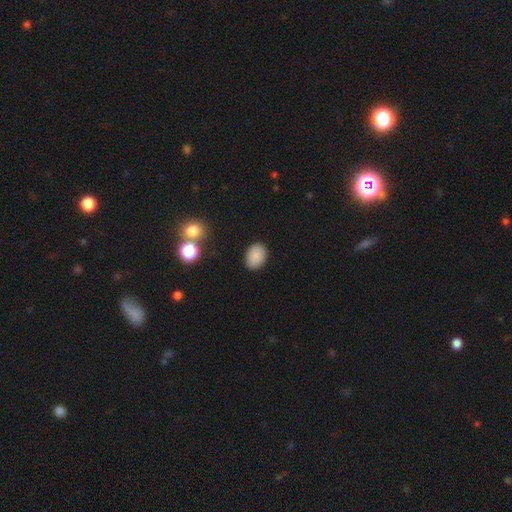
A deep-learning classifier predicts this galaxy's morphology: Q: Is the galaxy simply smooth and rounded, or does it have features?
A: smooth — 87%.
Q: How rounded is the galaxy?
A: in between — 80%.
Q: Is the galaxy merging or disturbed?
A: none — 85%.